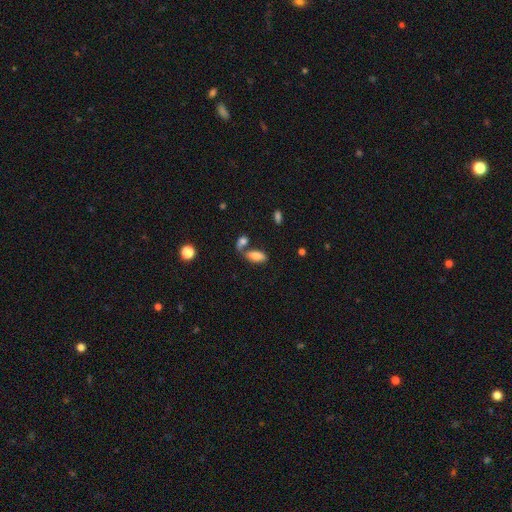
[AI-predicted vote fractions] smooth_or_featured: smooth (p=0.80) [alt: featured or disk p=0.12]
how_rounded: in between (p=0.87) [alt: cigar-shaped p=0.10]
merging: none (p=0.46) [alt: merger p=0.35]